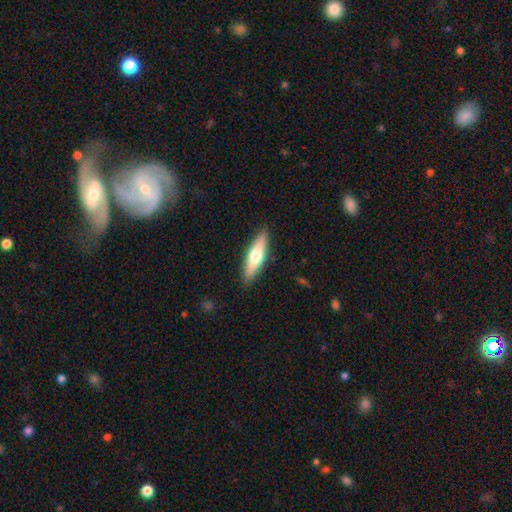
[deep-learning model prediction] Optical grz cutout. It shows a smooth galaxy with no disk features (54%) that is cigar-shaped (66%). Merging: none (89%).